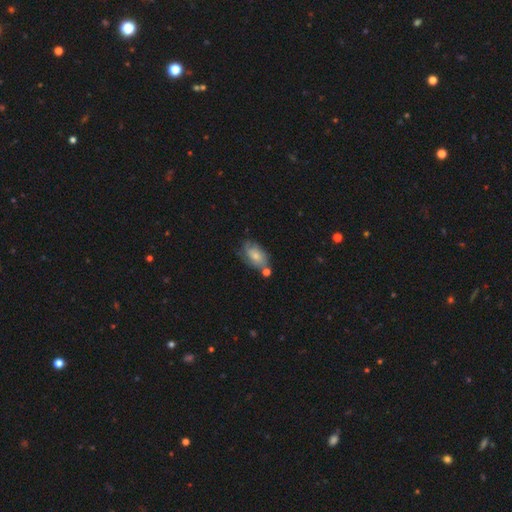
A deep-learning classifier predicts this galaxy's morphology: The model was most divided on "smooth or featured": smooth: 58%, featured or disk: 34%, star or artifact: 8%. More confident: how rounded — in between (89%); merging — none (53%).